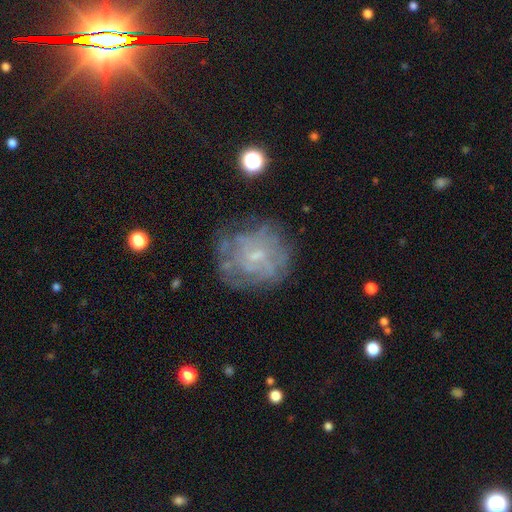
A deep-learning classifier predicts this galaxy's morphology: featured or disk 66%, smooth 23%, star or artifact 11%. Down the decision tree: edge-on disk — no (98%); bar — no (64%); spiral arms — yes (55%); bulge size — small (63%); merging — none (64%).